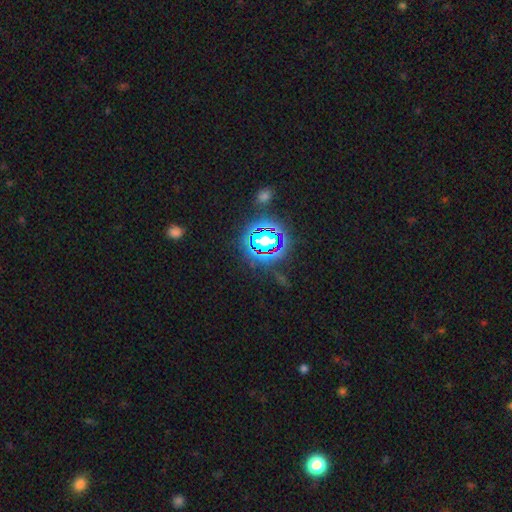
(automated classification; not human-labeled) A star or artifact, not a galaxy (80%).